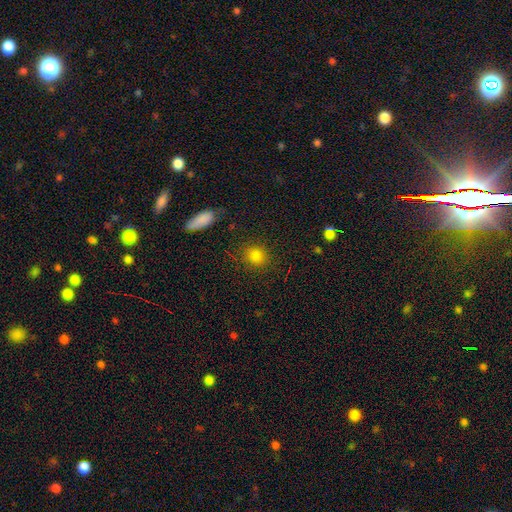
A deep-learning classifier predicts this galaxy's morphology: A smooth galaxy with no disk features (83%) that is round (75%).

Vote fractions:
- Smooth or featured? smooth: 83% / star or artifact: 12% / featured or disk: 5%
- How rounded? round: 75% / in between: 23% / cigar-shaped: 1%
- Merging? none: 86% / minor disturbance: 9% / major disturbance: 3% / merger: 2%